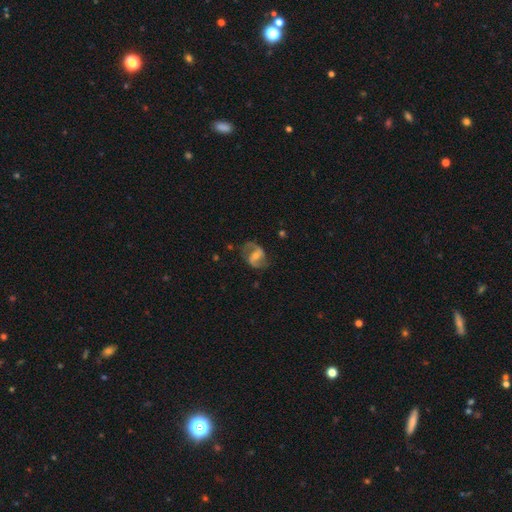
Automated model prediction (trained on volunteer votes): Q: Smooth or featured?
A: featured or disk (81%); runner-up: smooth (13%)
Q: Edge-on disk?
A: no (97%); runner-up: yes (3%)
Q: Bar?
A: weak (43%); runner-up: strong (34%)
Q: Spiral arms?
A: yes (92%); runner-up: no (8%)
Q: Spiral winding?
A: medium (51%); runner-up: loose (34%)
Q: Spiral arm count?
A: 2 (89%); runner-up: can't tell (4%)
Q: Bulge size?
A: small (48%); runner-up: moderate (41%)
Q: Merging?
A: none (71%); runner-up: minor disturbance (17%)